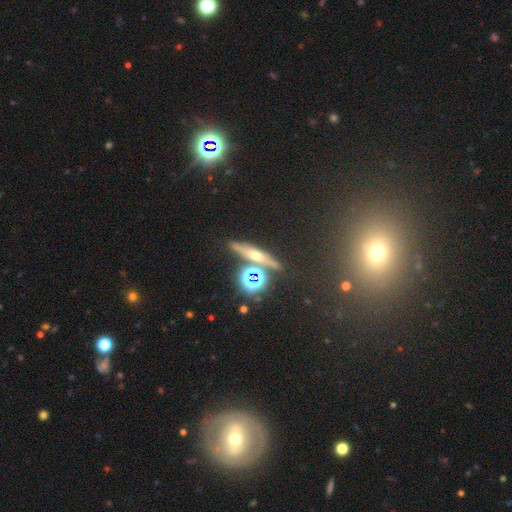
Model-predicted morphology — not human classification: smooth_or_featured: featured or disk (p=0.43) [alt: star or artifact p=0.30]
merging: none (p=0.80) [alt: minor disturbance p=0.09]